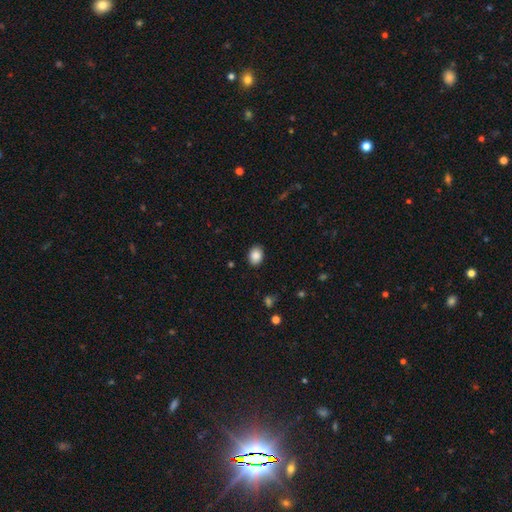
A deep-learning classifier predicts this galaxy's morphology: Smooth or featured: smooth — 88% (star or artifact — 8%)
How rounded: in between — 68% (round — 32%)
Merging: none — 88% (minor disturbance — 9%)